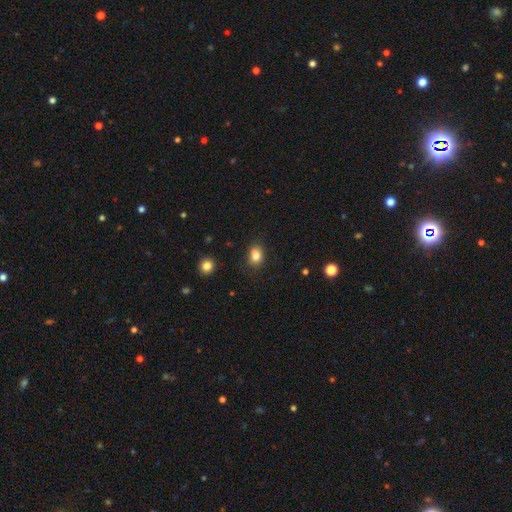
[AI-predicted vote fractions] Overall: smooth (82%). How rounded: in between (65%; round 33%). Merging: none (74%).